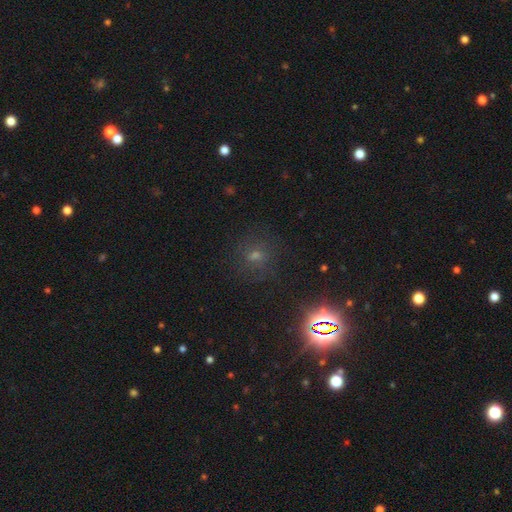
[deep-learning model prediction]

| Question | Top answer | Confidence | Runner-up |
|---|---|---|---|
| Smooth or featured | smooth | 46% | star or artifact (39%) |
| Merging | none | 79% | minor disturbance (12%) |